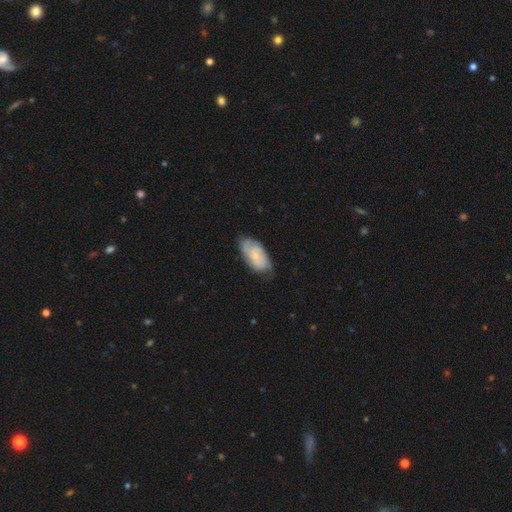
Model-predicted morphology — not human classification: Overall: featured or disk (52%; smooth 42%). Edge-on disk: no (94%). Merging: none (62%; minor disturbance 29%).